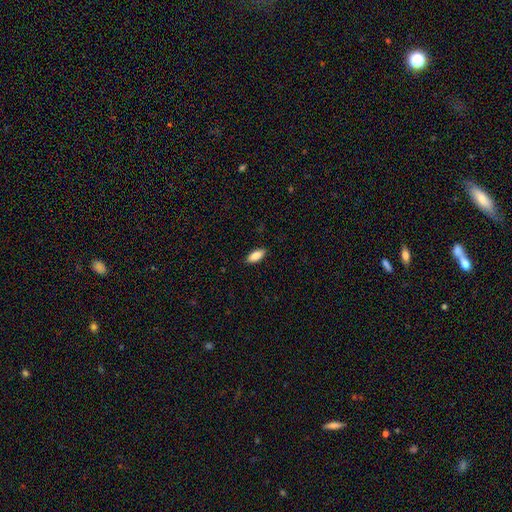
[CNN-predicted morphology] Q: Smooth or featured?
A: smooth (86%); runner-up: featured or disk (7%)
Q: How rounded?
A: in between (83%); runner-up: cigar-shaped (16%)
Q: Merging?
A: none (89%); runner-up: minor disturbance (8%)